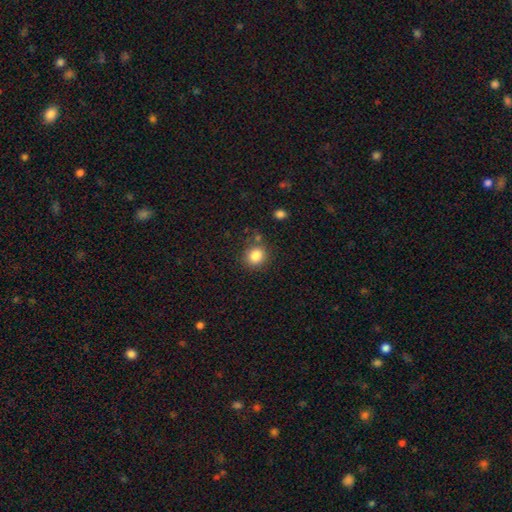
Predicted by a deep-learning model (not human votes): Smooth or featured: smooth — 85% (star or artifact — 10%)
How rounded: round — 83% (in between — 16%)
Merging: none — 80% (minor disturbance — 11%)